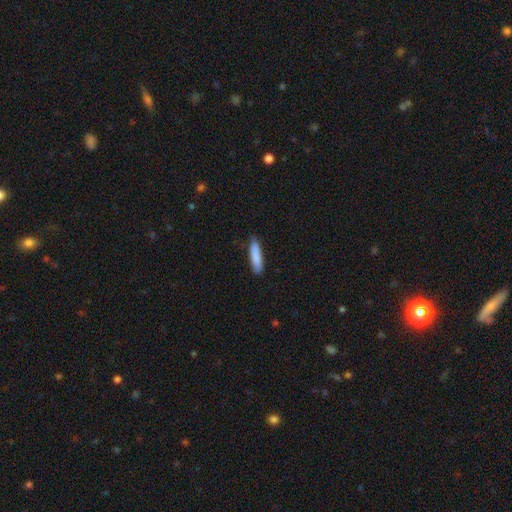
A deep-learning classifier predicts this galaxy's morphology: Smooth or featured: smooth — 86% (featured or disk — 9%)
How rounded: cigar-shaped — 78% (in between — 21%)
Merging: none — 79% (minor disturbance — 18%)